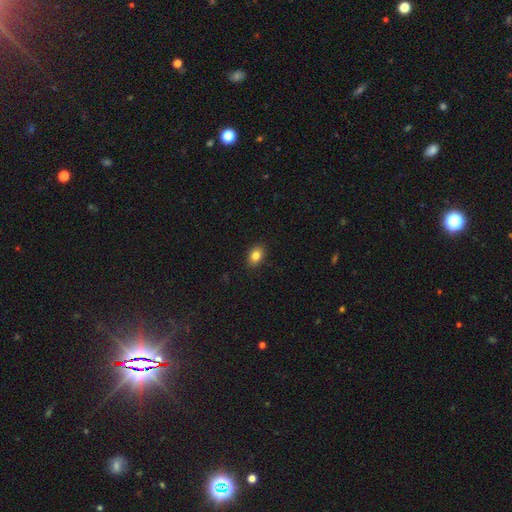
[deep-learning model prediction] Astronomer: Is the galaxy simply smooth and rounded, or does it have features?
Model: smooth — 83%.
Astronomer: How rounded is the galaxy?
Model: in between — 77%.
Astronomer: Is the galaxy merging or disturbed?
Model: none — 89%.